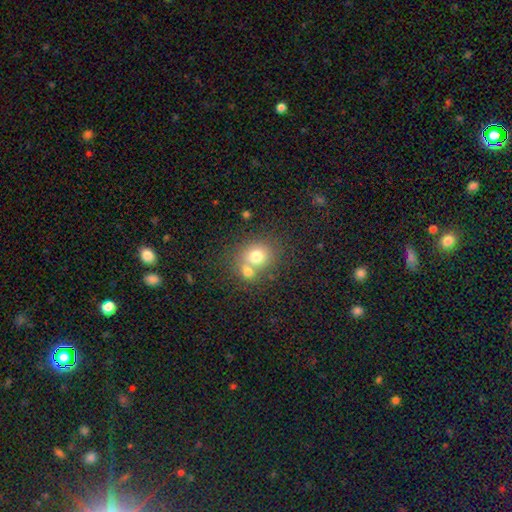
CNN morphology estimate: The model was most divided on "merging": merger: 49%, none: 40%, minor disturbance: 8%, major disturbance: 3%. More confident: smooth or featured — smooth (74%); how rounded — round (71%).